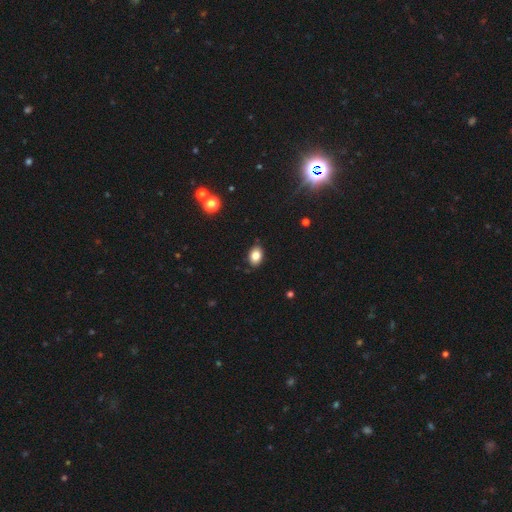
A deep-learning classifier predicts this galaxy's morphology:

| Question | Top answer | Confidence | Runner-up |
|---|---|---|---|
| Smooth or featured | smooth | 84% | star or artifact (9%) |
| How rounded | in between | 78% | round (21%) |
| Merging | none | 86% | minor disturbance (11%) |